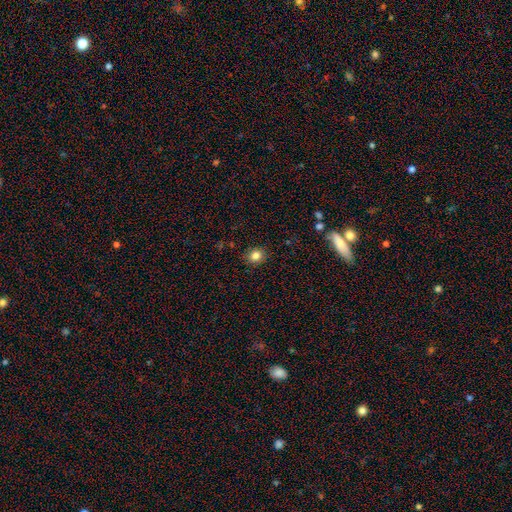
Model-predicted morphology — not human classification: This is clearly a smooth galaxy (82%). How rounded: likely round (69%). Merging: clearly none (88%).